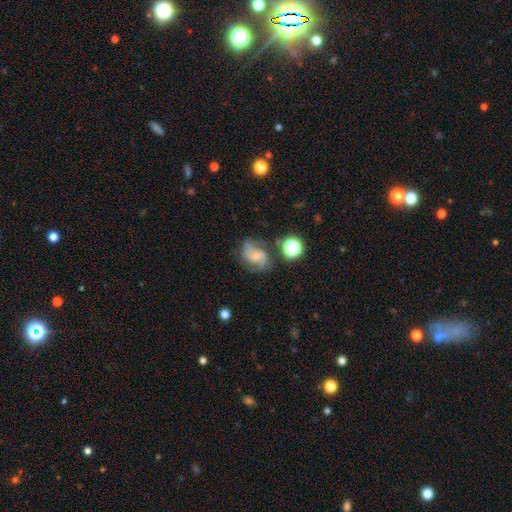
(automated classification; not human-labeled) Smooth or featured: featured or disk — 76% (smooth — 14%)
Edge-on disk: no — 98% (yes — 2%)
Bar: no — 45% (weak — 43%)
Spiral arms: yes — 95% (no — 5%)
Spiral winding: medium — 46% (loose — 41%)
Spiral arm count: 2 — 80% (3 — 7%)
Bulge size: small — 56% (moderate — 26%)
Merging: none — 62% (minor disturbance — 20%)